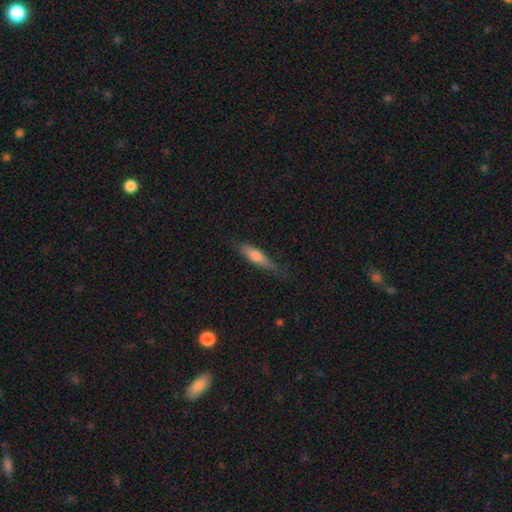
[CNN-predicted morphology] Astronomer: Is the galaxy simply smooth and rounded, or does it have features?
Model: smooth — 61%.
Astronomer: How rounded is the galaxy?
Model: cigar-shaped — 75%.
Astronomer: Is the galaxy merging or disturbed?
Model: none — 69%.